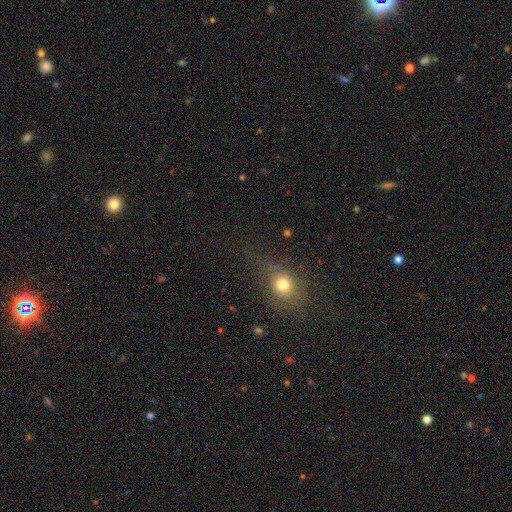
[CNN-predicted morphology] A smooth galaxy with no disk features (58%) that is round (58%).

Vote fractions:
- Smooth or featured? smooth: 58% / star or artifact: 27% / featured or disk: 15%
- How rounded? round: 58% / in between: 38% / cigar-shaped: 5%
- Merging? none: 60% / minor disturbance: 23% / major disturbance: 14% / merger: 3%